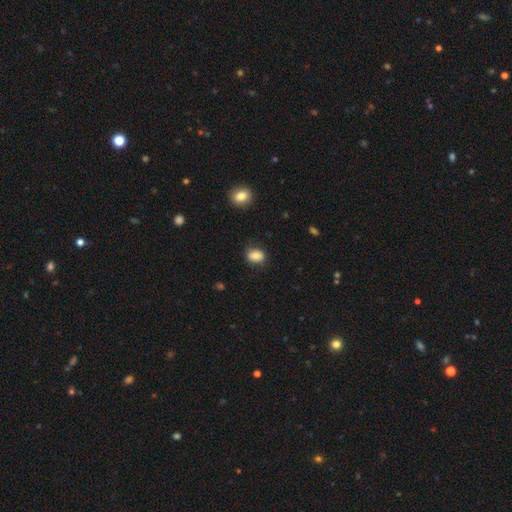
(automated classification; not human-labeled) Smooth or featured? smooth (85%)
How rounded? in between (64%)
Merging? none (79%)